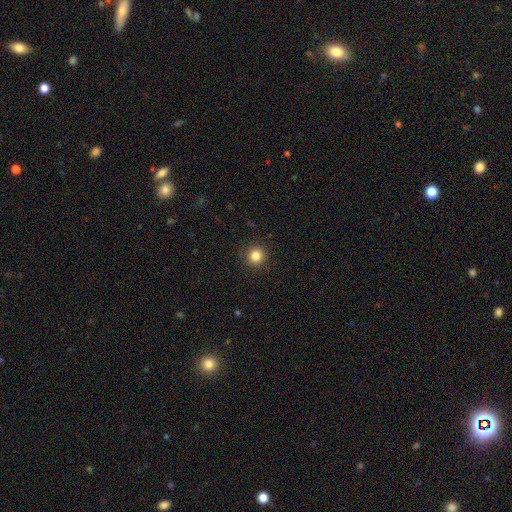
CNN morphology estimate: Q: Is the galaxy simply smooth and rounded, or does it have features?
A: smooth — 84%.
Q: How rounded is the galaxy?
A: round — 94%.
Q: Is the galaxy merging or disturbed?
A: none — 91%.